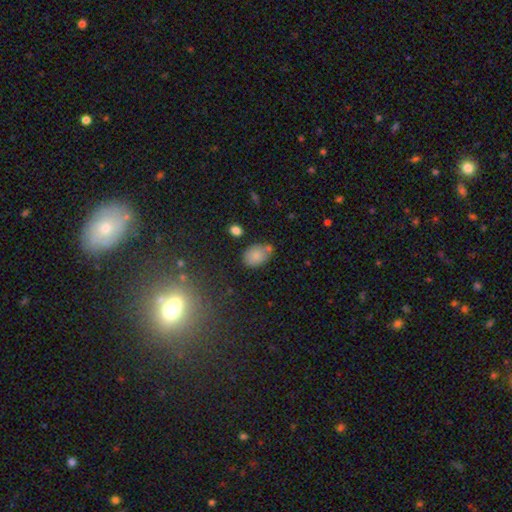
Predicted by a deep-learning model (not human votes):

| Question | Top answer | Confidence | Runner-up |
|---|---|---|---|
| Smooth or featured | smooth | 80% | star or artifact (11%) |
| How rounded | in between | 76% | round (23%) |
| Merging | none | 64% | minor disturbance (19%) |